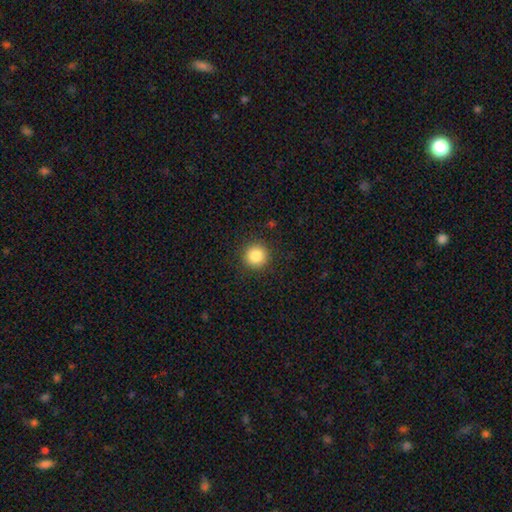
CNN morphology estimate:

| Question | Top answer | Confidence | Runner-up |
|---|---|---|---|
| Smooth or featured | smooth | 85% | star or artifact (10%) |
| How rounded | round | 95% | in between (4%) |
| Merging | none | 91% | minor disturbance (6%) |